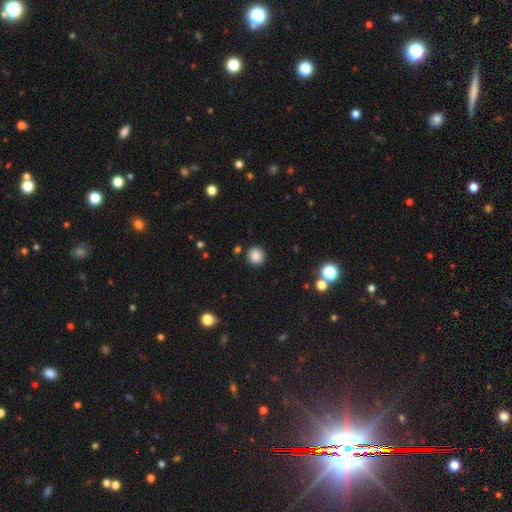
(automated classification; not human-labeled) Smooth or featured: smooth — 86% (star or artifact — 10%)
How rounded: round — 89% (in between — 10%)
Merging: none — 88% (minor disturbance — 7%)